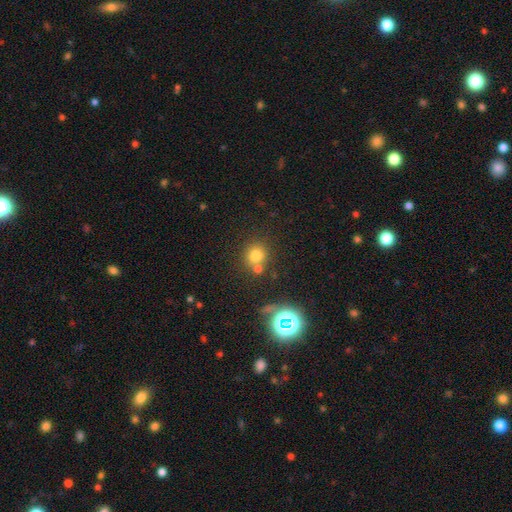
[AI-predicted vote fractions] Overall: smooth (74%). How rounded: round (85%). Merging: none (63%; merger 23%).